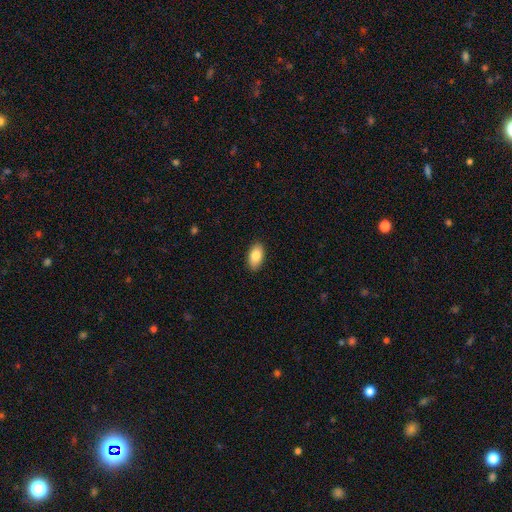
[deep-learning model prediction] The model was most divided on "smooth or featured": smooth: 85%, featured or disk: 8%, star or artifact: 7%. More confident: how rounded — in between (93%); merging — none (89%).